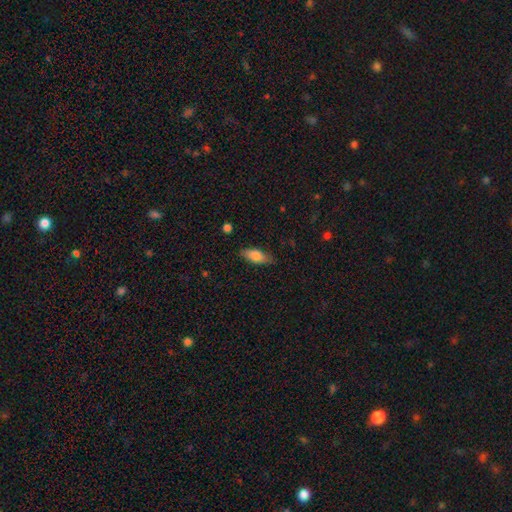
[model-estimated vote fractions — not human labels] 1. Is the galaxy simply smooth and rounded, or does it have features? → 77% smooth, 17% featured or disk, 6% star or artifact.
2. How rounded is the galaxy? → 75% in between, 23% cigar-shaped, 3% round.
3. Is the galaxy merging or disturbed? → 83% none, 14% minor disturbance, 3% major disturbance, 1% merger.